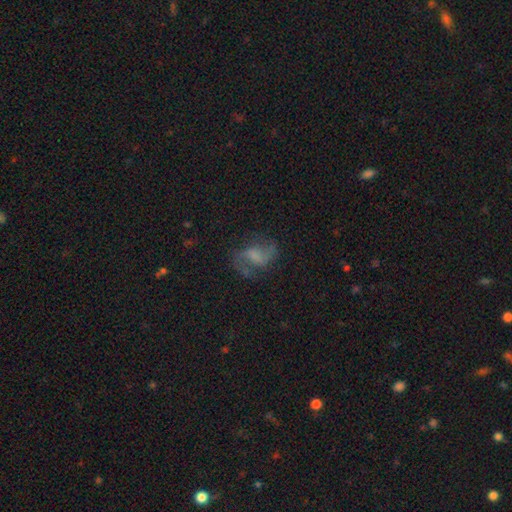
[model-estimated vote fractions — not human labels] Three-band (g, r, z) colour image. It shows a featured or disk galaxy (67%) with a weak bar (48%), 2 (87%) loose (52%) spiral arms (90%) and no central bulge (43%). Merging: none (63%).